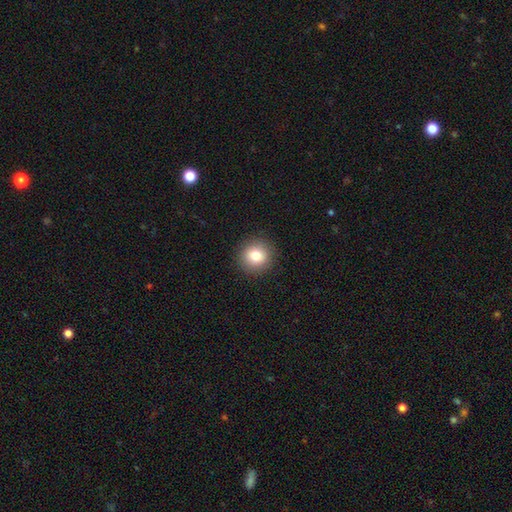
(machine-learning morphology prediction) Overall: smooth (81%). How rounded: round (92%). Merging: none (92%).